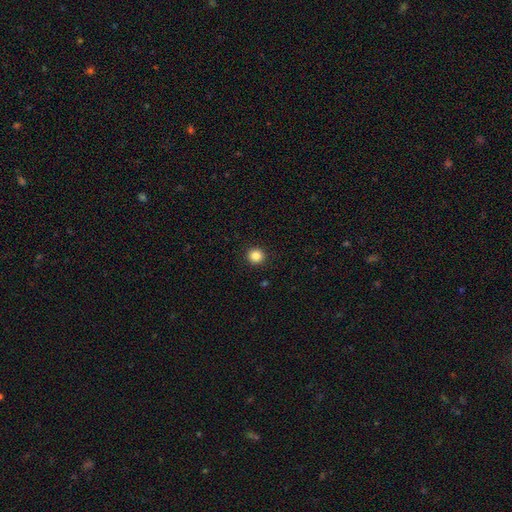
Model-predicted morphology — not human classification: Smooth or featured?
  - smooth: 85% *
  - star or artifact: 11%
  - featured or disk: 4%
How rounded?
  - round: 94% *
  - in between: 5%
  - cigar-shaped: 1%
Merging?
  - none: 93% *
  - minor disturbance: 4%
  - major disturbance: 2%
  - merger: 1%